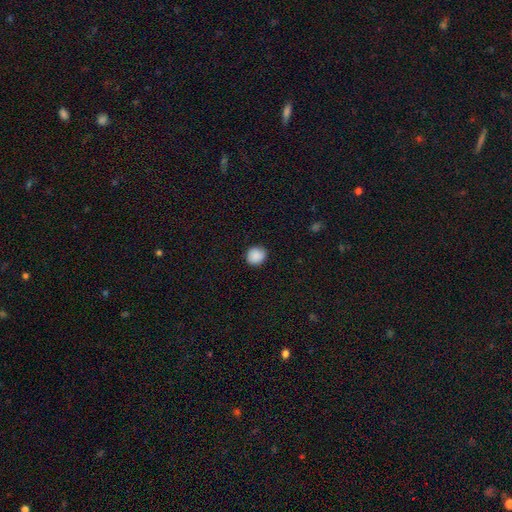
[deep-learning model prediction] The model was most divided on "how rounded": round: 86%, in between: 13%, cigar-shaped: 1%. More confident: smooth or featured — smooth (87%); merging — none (86%).